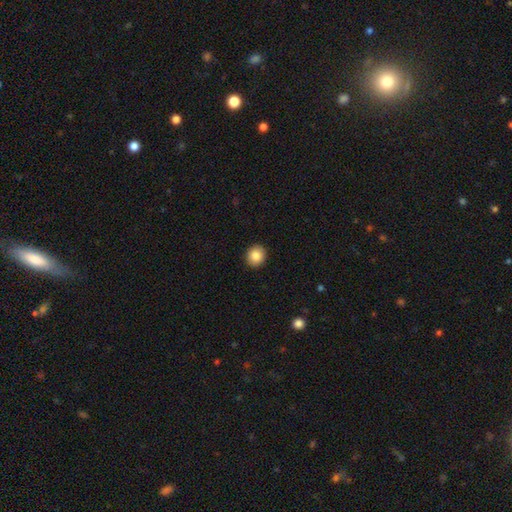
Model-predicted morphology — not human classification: The model was most divided on "how rounded": round: 86%, in between: 13%, cigar-shaped: 1%. More confident: merging — none (92%); smooth or featured — smooth (86%).